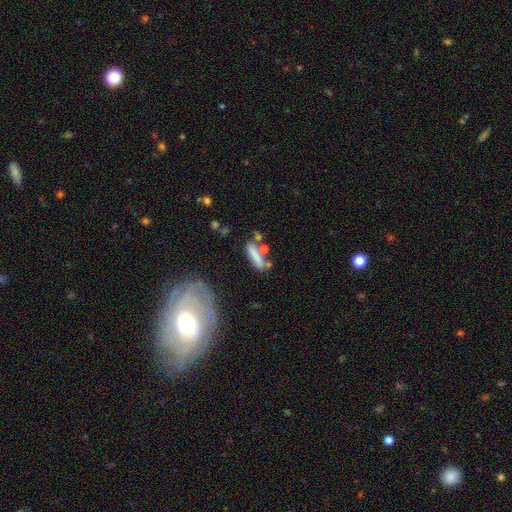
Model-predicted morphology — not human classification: Smooth or featured?
  - smooth: 73% *
  - featured or disk: 19%
  - star or artifact: 9%
How rounded?
  - cigar-shaped: 71% *
  - in between: 27%
  - round: 3%
Merging?
  - none: 55% *
  - merger: 18%
  - minor disturbance: 18%
  - major disturbance: 9%